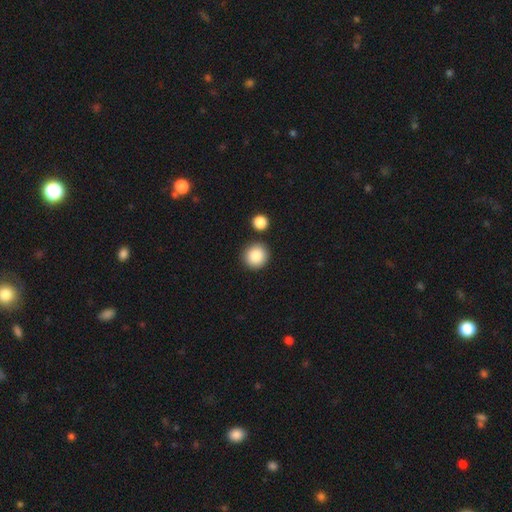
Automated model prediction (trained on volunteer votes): The model was most divided on "merging": none: 85%, minor disturbance: 7%, merger: 6%, major disturbance: 2%. More confident: how rounded — round (93%); smooth or featured — smooth (87%).